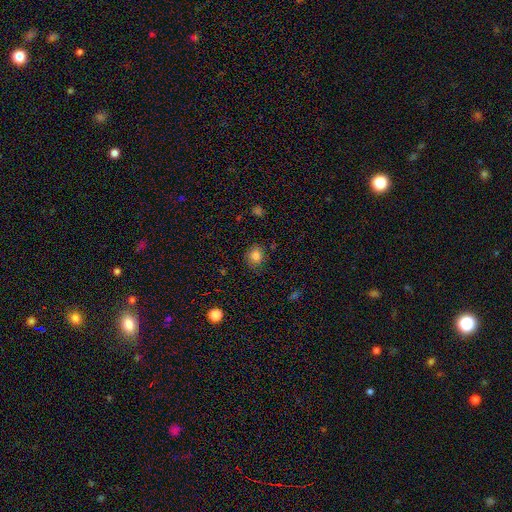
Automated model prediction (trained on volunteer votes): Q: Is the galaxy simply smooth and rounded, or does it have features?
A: smooth — 83%.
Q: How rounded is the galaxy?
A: round — 80%.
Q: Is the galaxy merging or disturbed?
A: none — 85%.